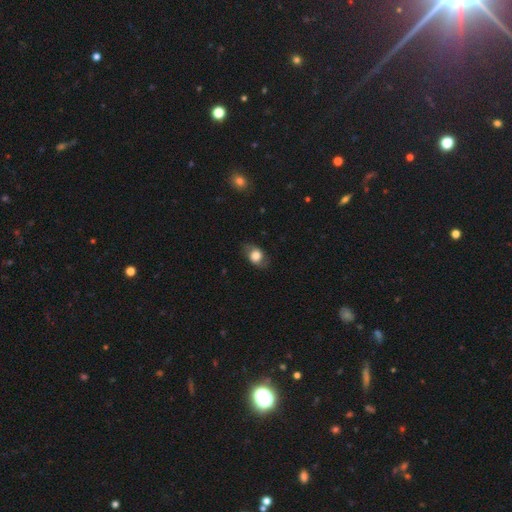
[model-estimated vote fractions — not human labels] Morphology: type=smooth (61%); roundness=in between (62%); merging=none (74%).